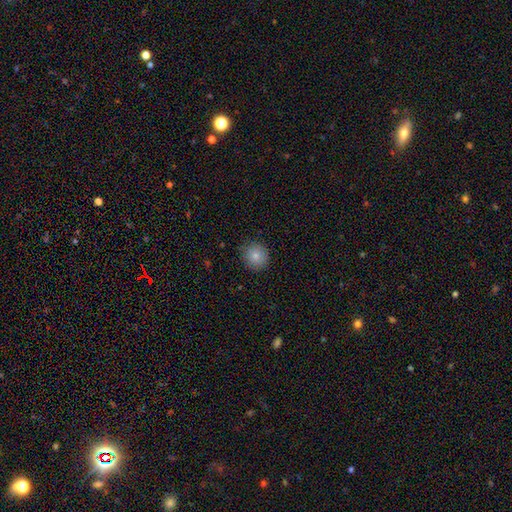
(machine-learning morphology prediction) Smooth or featured: smooth — 83% (star or artifact — 10%)
How rounded: round — 91% (in between — 8%)
Merging: none — 88% (minor disturbance — 9%)